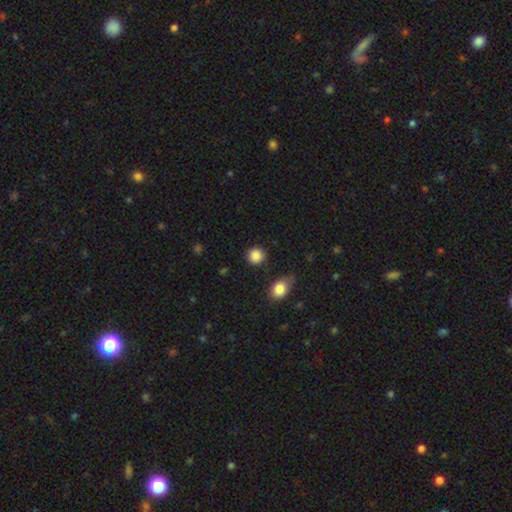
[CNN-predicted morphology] smooth_or_featured: smooth (p=0.87) [alt: star or artifact p=0.09]
how_rounded: round (p=0.90) [alt: in between p=0.08]
merging: none (p=0.85) [alt: minor disturbance p=0.10]